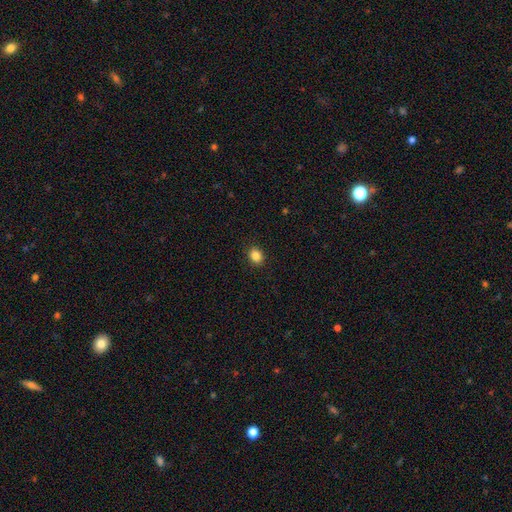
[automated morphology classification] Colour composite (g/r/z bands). It shows a smooth galaxy with no disk features (86%) that is in between round and cigar-shaped (51%). Merging: none (90%).